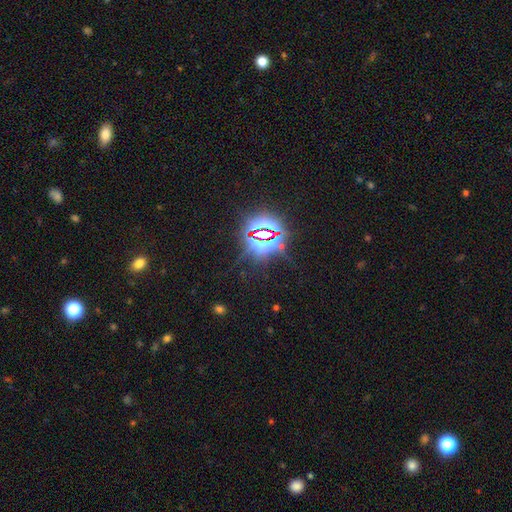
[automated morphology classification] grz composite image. It shows a star or artifact, not a galaxy (84%).